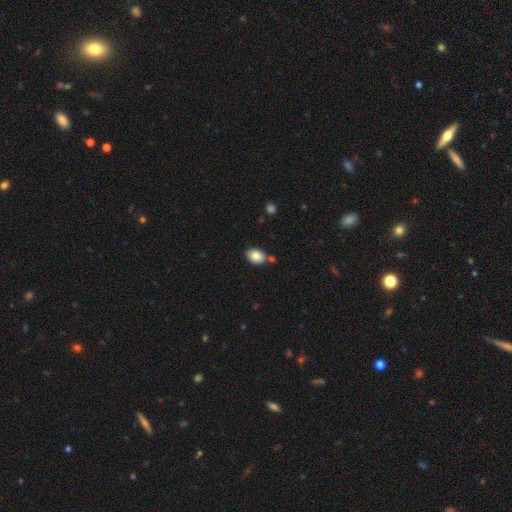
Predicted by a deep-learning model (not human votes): smooth-or-featured: smooth: 83% | featured or disk: 9% | star or artifact: 8%
  how-rounded: in between: 79% | round: 20% | cigar-shaped: 1%
  merging: none: 72% | minor disturbance: 14% | merger: 11% | major disturbance: 3%